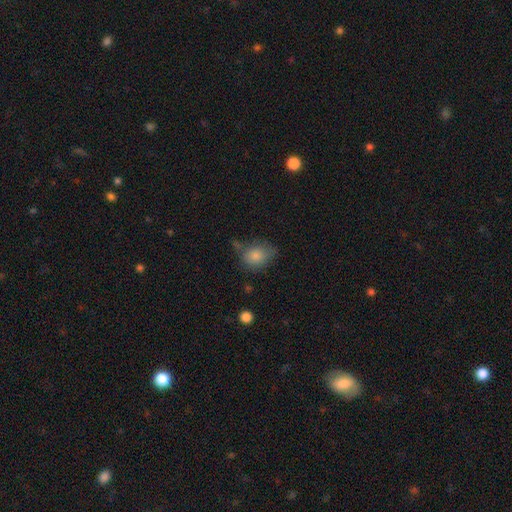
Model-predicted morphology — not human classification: smooth_or_featured: smooth (p=0.81) [alt: featured or disk p=0.10]
how_rounded: in between (p=0.51) [alt: round p=0.47]
merging: none (p=0.56) [alt: minor disturbance p=0.27]